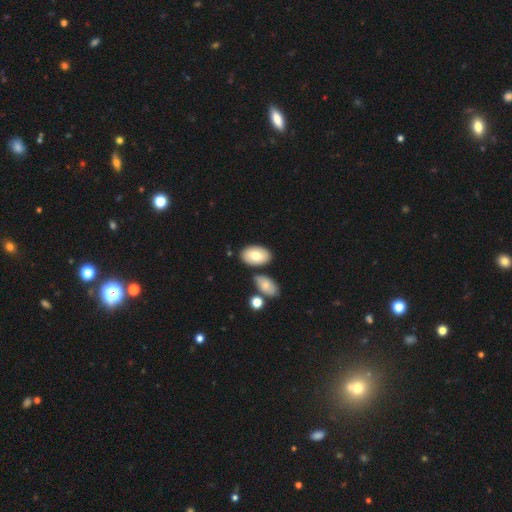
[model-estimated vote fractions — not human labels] smooth-or-featured: smooth: 76% | featured or disk: 17% | star or artifact: 7%
  how-rounded: in between: 92% | round: 6% | cigar-shaped: 1%
  merging: none: 75% | minor disturbance: 12% | merger: 10% | major disturbance: 3%